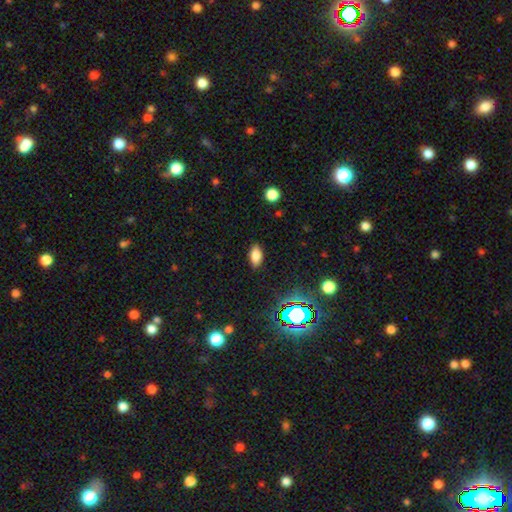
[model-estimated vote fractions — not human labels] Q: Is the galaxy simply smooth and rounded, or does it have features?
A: smooth — 79%.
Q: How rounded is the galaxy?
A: in between — 90%.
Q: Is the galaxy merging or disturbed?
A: none — 87%.